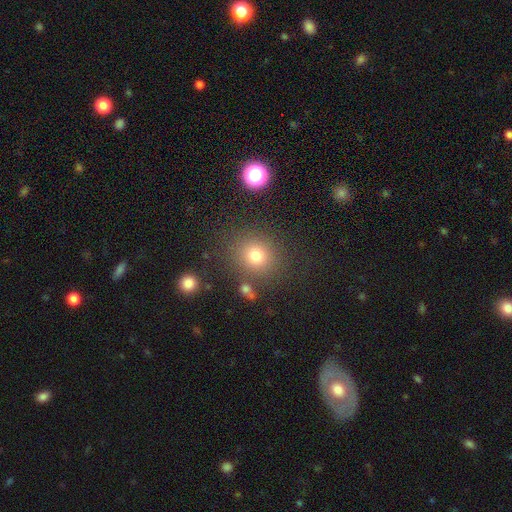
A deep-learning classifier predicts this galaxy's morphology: This appears to be a smooth galaxy with no disk features (76%) that is round (85%). Merging: none (81%).